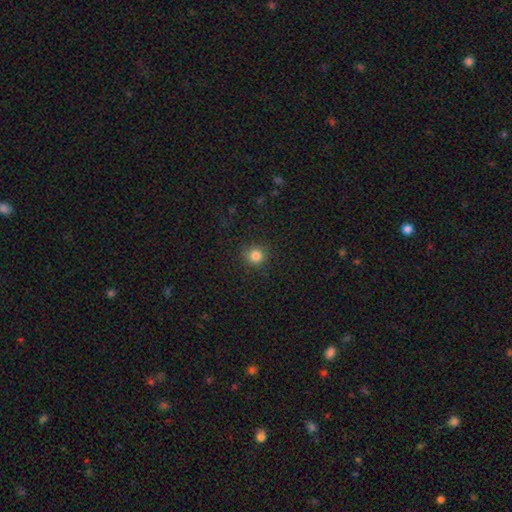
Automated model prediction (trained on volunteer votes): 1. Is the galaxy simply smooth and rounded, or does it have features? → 83% smooth, 12% star or artifact, 4% featured or disk.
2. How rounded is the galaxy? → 92% round, 7% in between, 1% cigar-shaped.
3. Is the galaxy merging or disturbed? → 88% none, 8% minor disturbance, 3% major disturbance, 1% merger.